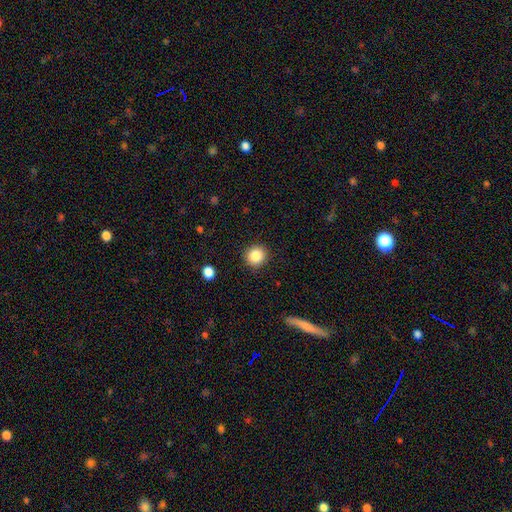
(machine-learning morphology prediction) Smooth or featured? smooth (86%)
How rounded? round (91%)
Merging? none (91%)